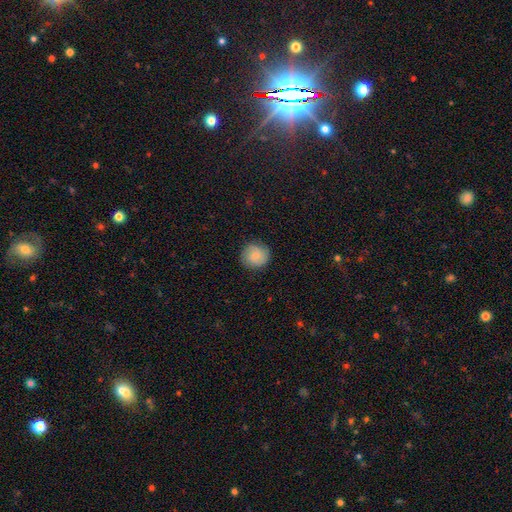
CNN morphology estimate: type=smooth (79%); roundness=round (92%); merging=none (86%).